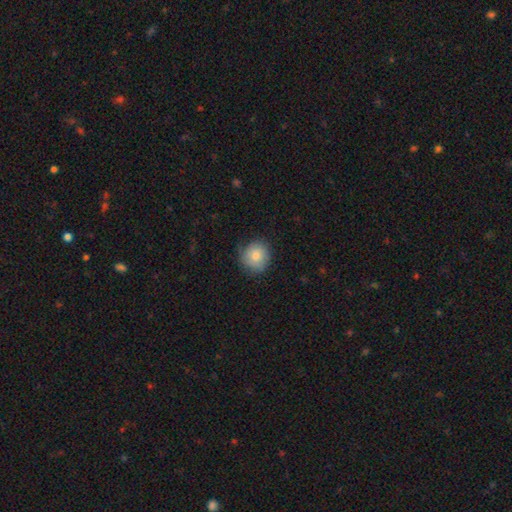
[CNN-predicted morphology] Smooth or featured: smooth — 81% (featured or disk — 11%)
How rounded: round — 87% (in between — 12%)
Merging: none — 76% (minor disturbance — 19%)